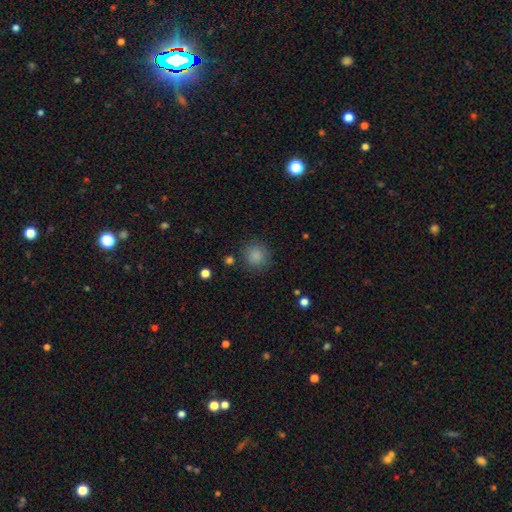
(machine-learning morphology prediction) smooth 84%, star or artifact 11%, featured or disk 5%. Down the decision tree: how rounded — round (90%); merging — none (83%).